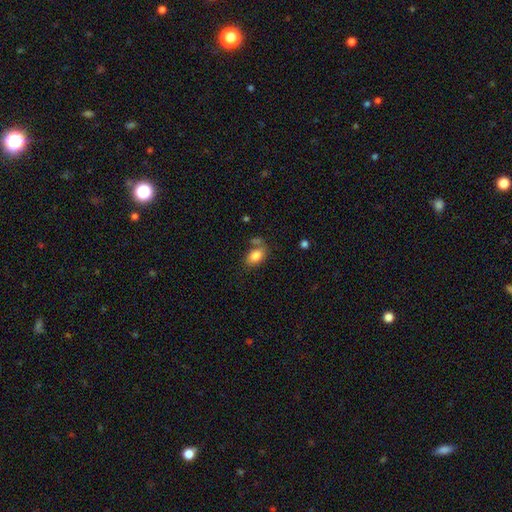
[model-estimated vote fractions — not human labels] Morphology: type=smooth (83%); roundness=in between (88%); merging=none (57%).